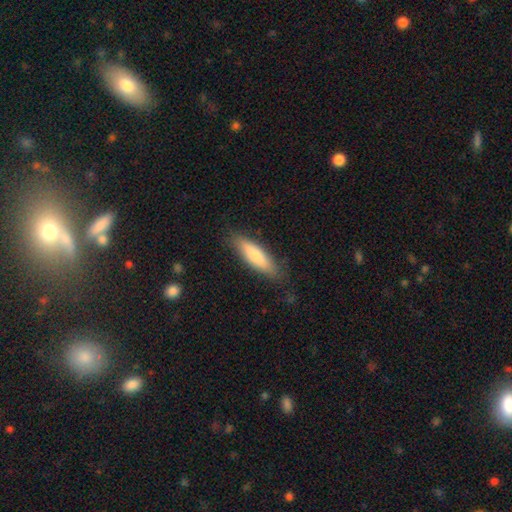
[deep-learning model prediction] Smooth or featured?
  - smooth: 75% *
  - featured or disk: 20%
  - star or artifact: 6%
How rounded?
  - cigar-shaped: 64% *
  - in between: 34%
  - round: 2%
Merging?
  - none: 83% *
  - minor disturbance: 13%
  - major disturbance: 3%
  - merger: 1%